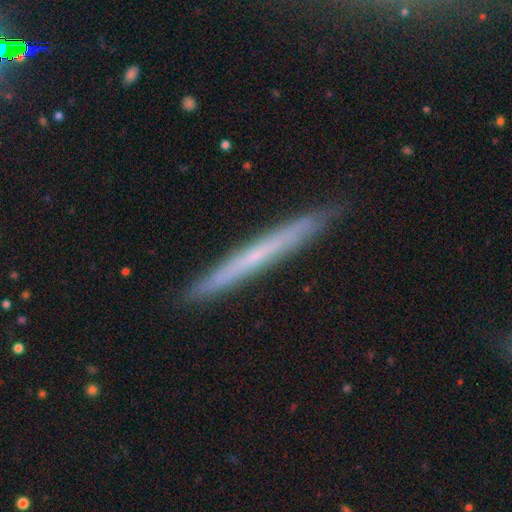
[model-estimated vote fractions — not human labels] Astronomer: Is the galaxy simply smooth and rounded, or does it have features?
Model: featured or disk — 53% (runner-up: smooth, 39%).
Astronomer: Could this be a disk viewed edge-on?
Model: yes — 95%.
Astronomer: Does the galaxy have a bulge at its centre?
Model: none — 81%.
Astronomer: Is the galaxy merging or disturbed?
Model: none — 90%.